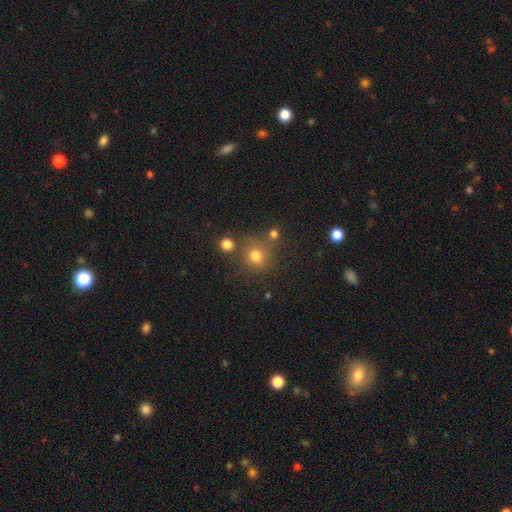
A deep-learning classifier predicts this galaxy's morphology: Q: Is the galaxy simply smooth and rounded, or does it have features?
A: smooth — 76%.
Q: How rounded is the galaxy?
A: round — 89%.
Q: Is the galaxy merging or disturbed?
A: none — 70%.